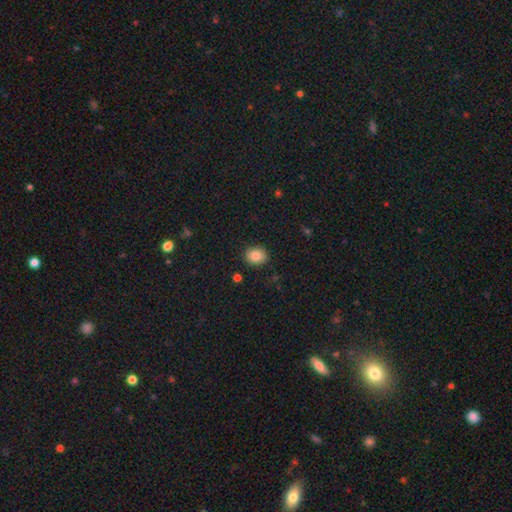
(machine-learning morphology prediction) type=smooth (85%); roundness=round (58%); merging=none (87%).